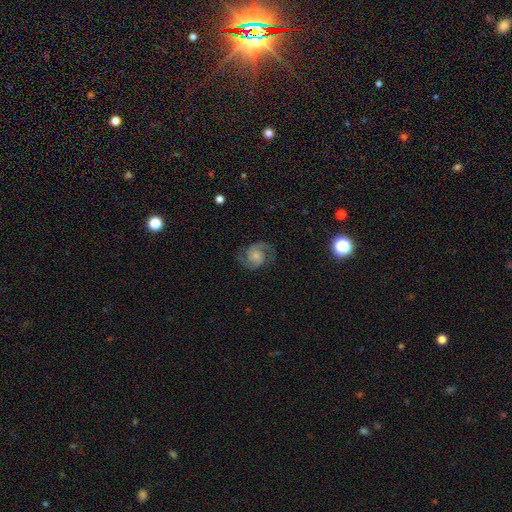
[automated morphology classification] type=featured or disk (82%); edge-on=no (98%); bar=no (68%); spiral arms=yes (97%); winding=medium (56%); arm count=2 (92%); bulge=small (49%); merging=none (77%).